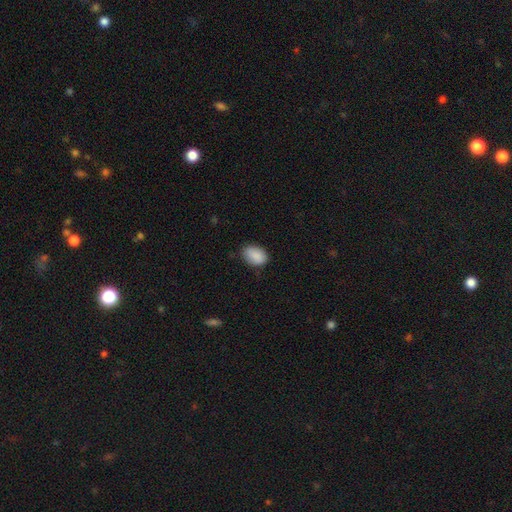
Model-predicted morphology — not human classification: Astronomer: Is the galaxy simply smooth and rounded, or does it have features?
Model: smooth — 88%.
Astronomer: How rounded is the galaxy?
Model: in between — 81%.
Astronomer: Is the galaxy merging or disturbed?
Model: none — 76%.